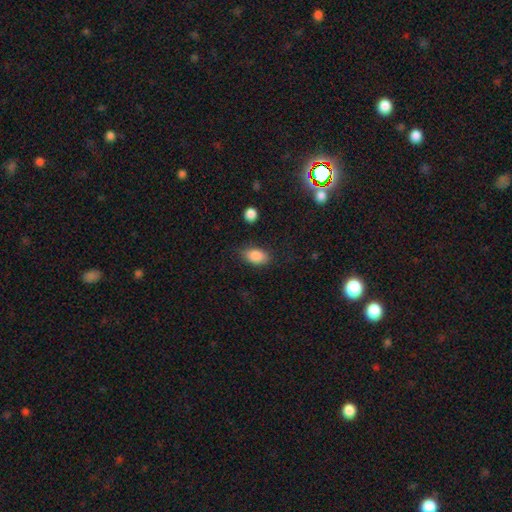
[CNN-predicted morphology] Smooth or featured: smooth — 86% (star or artifact — 8%)
How rounded: in between — 88% (round — 10%)
Merging: none — 76% (minor disturbance — 17%)